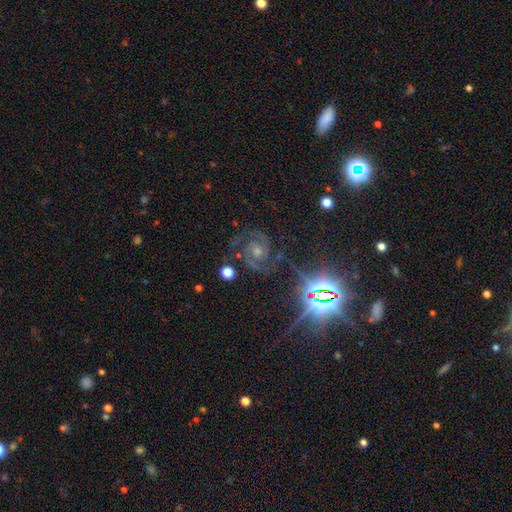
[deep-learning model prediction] Smooth or featured? featured or disk (61%)
Edge-on disk? no (95%)
Bar? no (59%)
Spiral arms? yes (95%)
Spiral winding? tight (55%)
Spiral arm count? 2 (45%)
Bulge size? small (50%)
Merging? none (75%)